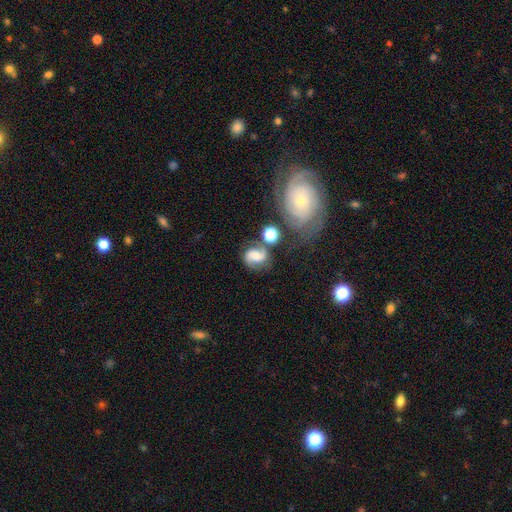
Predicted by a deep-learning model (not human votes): Q: Smooth or featured?
A: featured or disk (67%); runner-up: smooth (24%)
Q: Edge-on disk?
A: no (98%); runner-up: yes (2%)
Q: Bar?
A: no (46%); runner-up: weak (41%)
Q: Spiral arms?
A: yes (94%); runner-up: no (6%)
Q: Spiral winding?
A: medium (49%); runner-up: loose (31%)
Q: Spiral arm count?
A: 2 (89%); runner-up: can't tell (5%)
Q: Bulge size?
A: moderate (47%); runner-up: small (34%)
Q: Merging?
A: none (59%); runner-up: minor disturbance (17%)